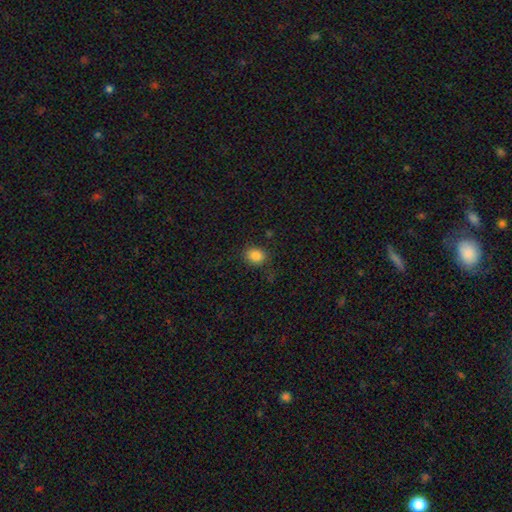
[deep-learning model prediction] Smooth or featured?
  - smooth: 85% *
  - star or artifact: 11%
  - featured or disk: 5%
How rounded?
  - round: 59% *
  - in between: 40%
  - cigar-shaped: 1%
Merging?
  - none: 83% *
  - minor disturbance: 12%
  - major disturbance: 3%
  - merger: 2%